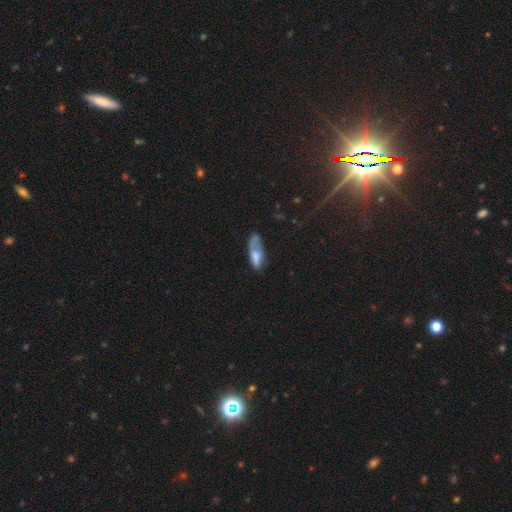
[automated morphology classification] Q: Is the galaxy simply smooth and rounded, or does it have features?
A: smooth — 66%.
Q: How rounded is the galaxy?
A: in between — 64%.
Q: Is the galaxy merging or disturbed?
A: none — 32%.